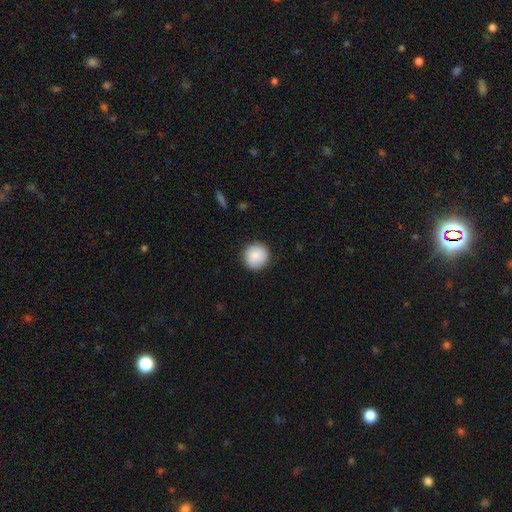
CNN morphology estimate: Smooth or featured? Predicted: smooth (p=0.88). How rounded? Predicted: round (p=0.95). Merging? Predicted: none (p=0.91).